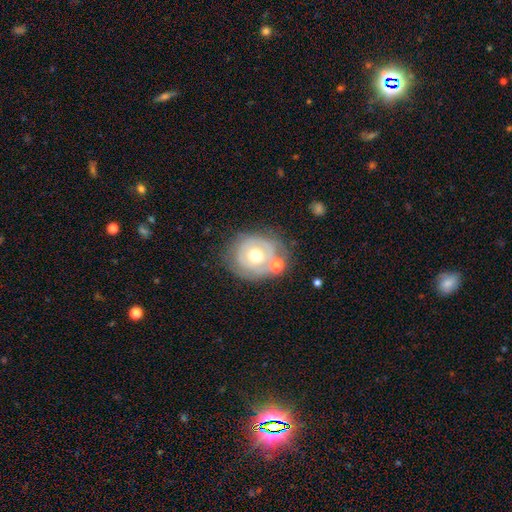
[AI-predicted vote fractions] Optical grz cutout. It shows a featured or disk galaxy (57%) with no bar (85%), no spiral arms (64%) and a moderate central bulge (75%). Merging: none (55%).